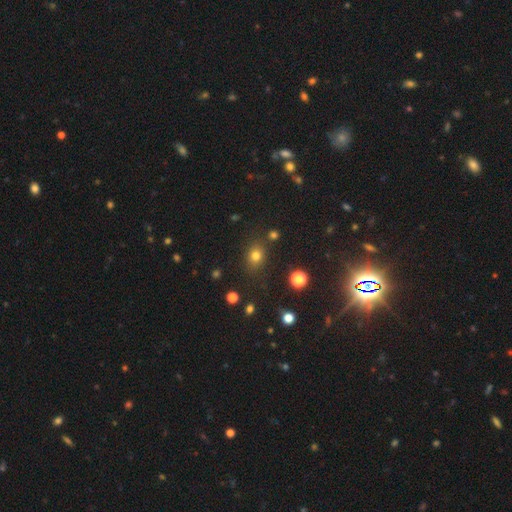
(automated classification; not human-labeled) Q: Smooth or featured?
A: smooth (76%); runner-up: star or artifact (17%)
Q: How rounded?
A: round (58%); runner-up: in between (41%)
Q: Merging?
A: none (80%); runner-up: minor disturbance (12%)